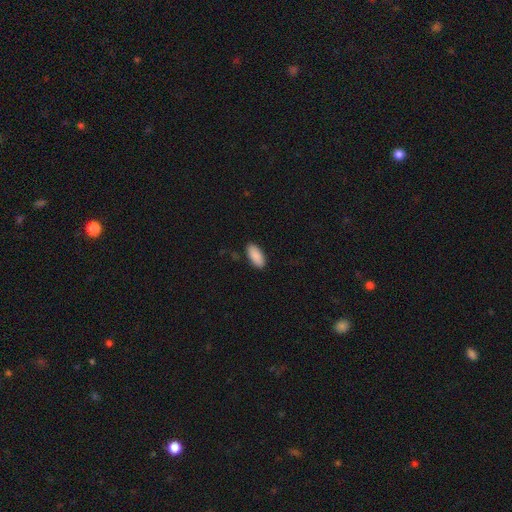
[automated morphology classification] smooth 90%, star or artifact 6%, featured or disk 4%. Down the decision tree: how rounded — in between (89%); merging — none (88%).